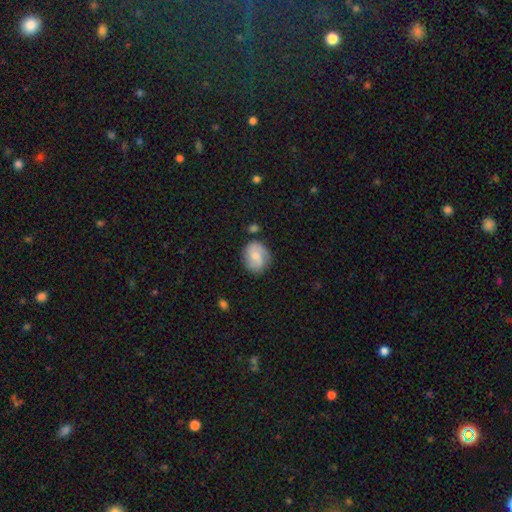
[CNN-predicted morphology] This appears to be a smooth galaxy with no disk features (47%). Merging: none (71%).